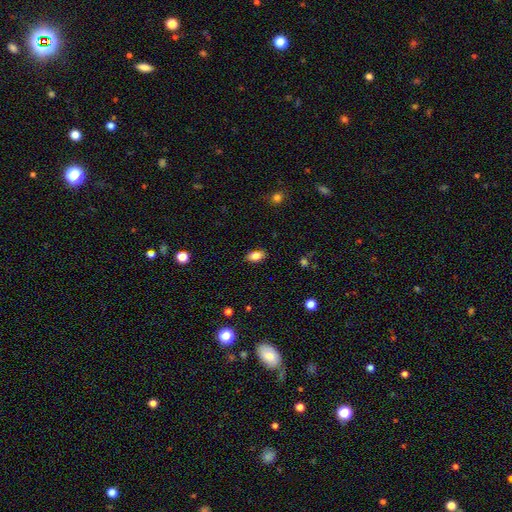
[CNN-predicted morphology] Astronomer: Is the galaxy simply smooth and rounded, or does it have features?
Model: smooth — 83%.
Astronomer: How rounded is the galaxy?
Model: in between — 88%.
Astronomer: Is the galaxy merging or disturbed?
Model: none — 85%.